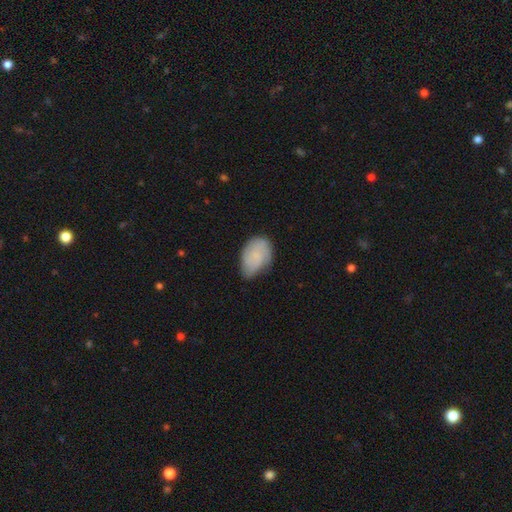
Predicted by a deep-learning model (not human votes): Q: Smooth or featured?
A: smooth (64%); runner-up: featured or disk (28%)
Q: How rounded?
A: in between (85%); runner-up: round (14%)
Q: Merging?
A: none (53%); runner-up: minor disturbance (37%)